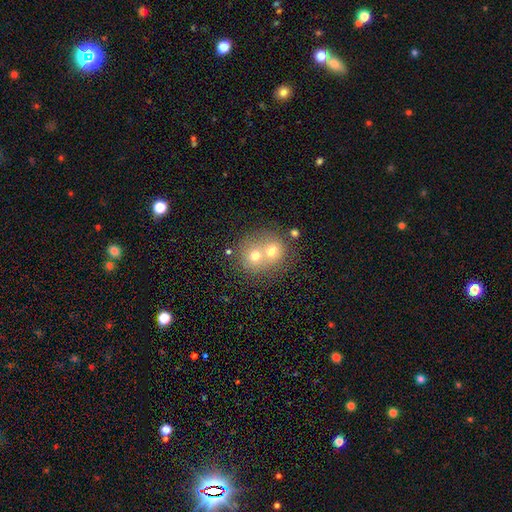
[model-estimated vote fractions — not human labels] Q: Smooth or featured?
A: smooth (59%); runner-up: featured or disk (22%)
Q: How rounded?
A: round (81%); runner-up: in between (18%)
Q: Merging?
A: merger (61%); runner-up: none (32%)